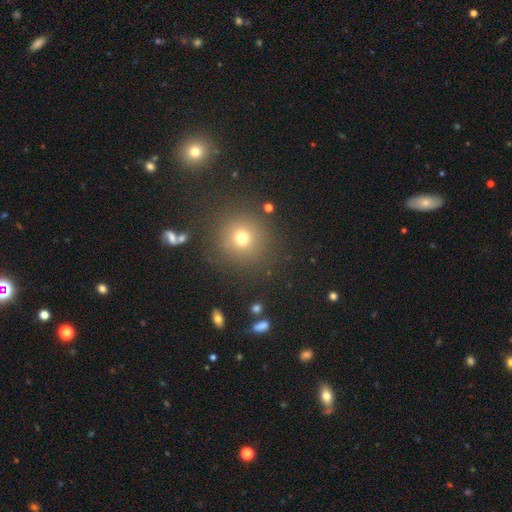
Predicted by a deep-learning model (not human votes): This is possibly a smooth galaxy (55%). How rounded: clearly round (92%). Merging: clearly none (88%).